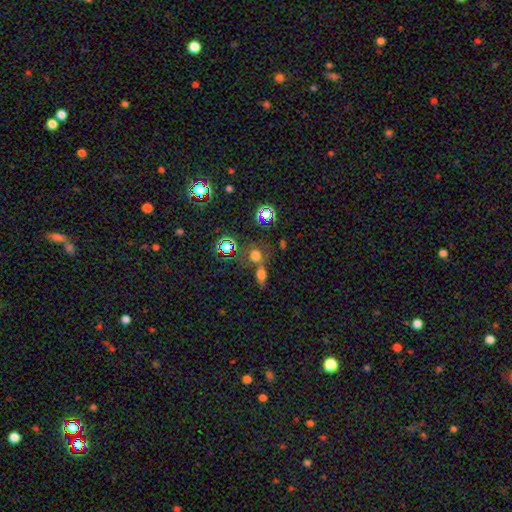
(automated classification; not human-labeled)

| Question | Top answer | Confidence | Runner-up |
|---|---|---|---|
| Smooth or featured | smooth | 59% | star or artifact (29%) |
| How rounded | round | 66% | in between (31%) |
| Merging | none | 50% | merger (36%) |